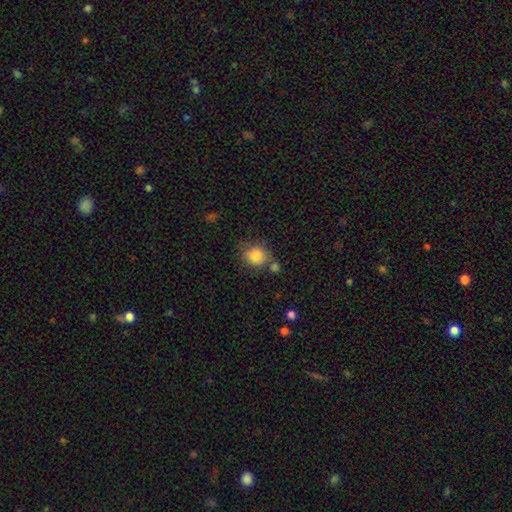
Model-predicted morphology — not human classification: This is clearly a smooth galaxy (85%). How rounded: likely round (69%). Merging: possibly none (59%).